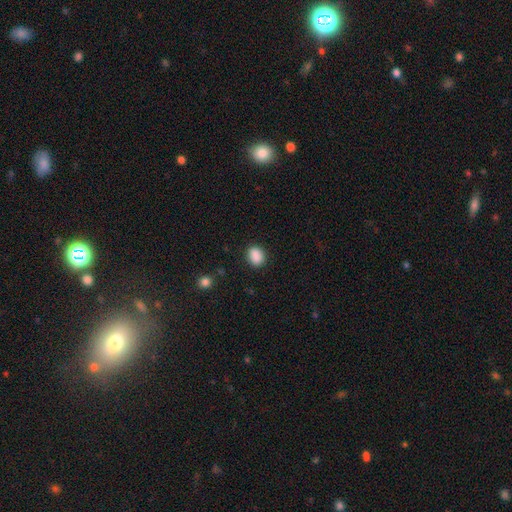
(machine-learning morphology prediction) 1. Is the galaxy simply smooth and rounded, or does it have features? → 89% smooth, 9% star or artifact, 3% featured or disk.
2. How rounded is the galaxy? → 57% in between, 42% round, 1% cigar-shaped.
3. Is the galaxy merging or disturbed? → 87% none, 9% minor disturbance, 3% major disturbance, 1% merger.